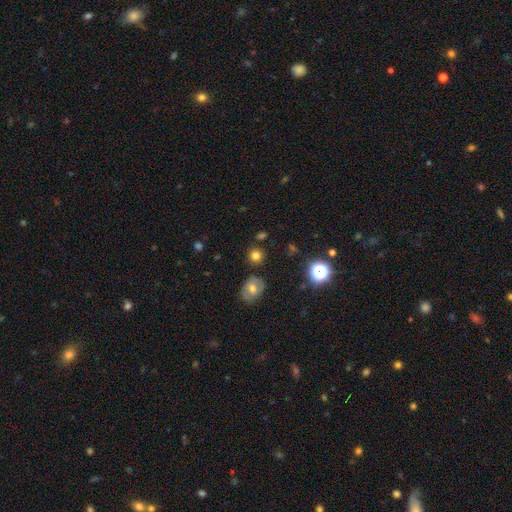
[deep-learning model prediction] This is likely a smooth galaxy (77%). How rounded: clearly round (86%). Merging: clearly none (83%).